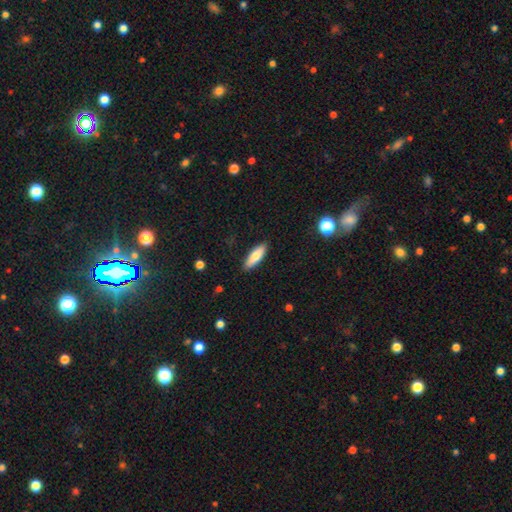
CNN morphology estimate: Smooth or featured? Predicted: smooth (p=0.78). How rounded? Predicted: in between (p=0.55). Merging? Predicted: none (p=0.88).